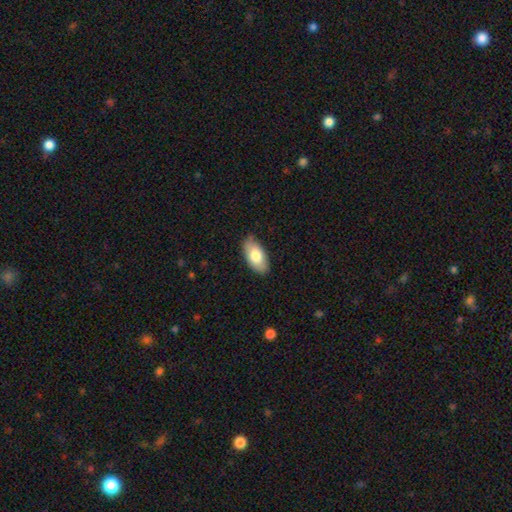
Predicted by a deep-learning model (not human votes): smooth 77%, featured or disk 17%, star or artifact 6%. Down the decision tree: how rounded — in between (94%); merging — none (85%).